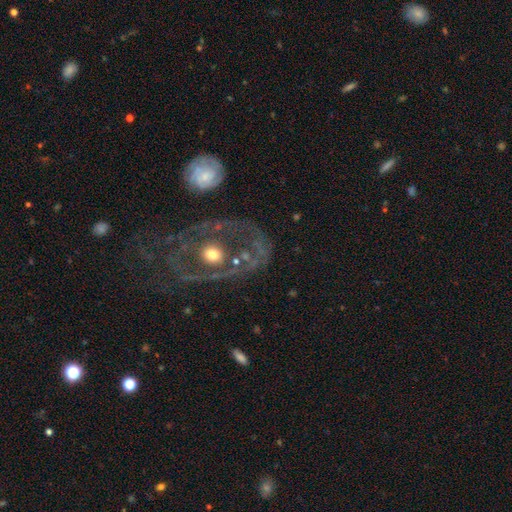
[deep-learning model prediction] The model was most divided on "spiral arms": no: 65%, yes: 35%. More confident: edge-on disk — no (93%); bar — no (82%); smooth or featured — featured or disk (68%); bulge size — moderate (67%); merging — none (56%).